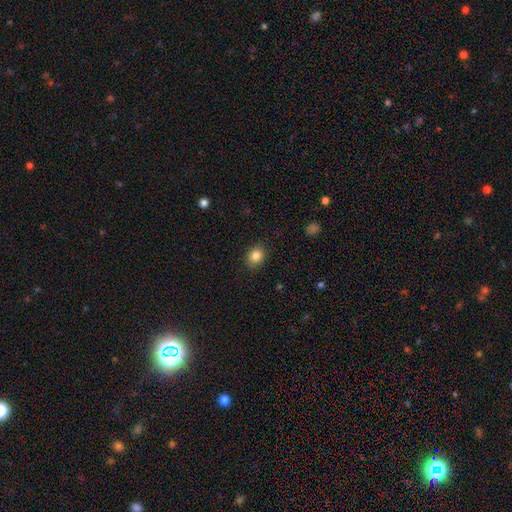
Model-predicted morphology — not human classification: smooth_or_featured: smooth (p=0.84) [alt: star or artifact p=0.10]
how_rounded: round (p=0.53) [alt: in between p=0.46]
merging: none (p=0.87) [alt: minor disturbance p=0.10]